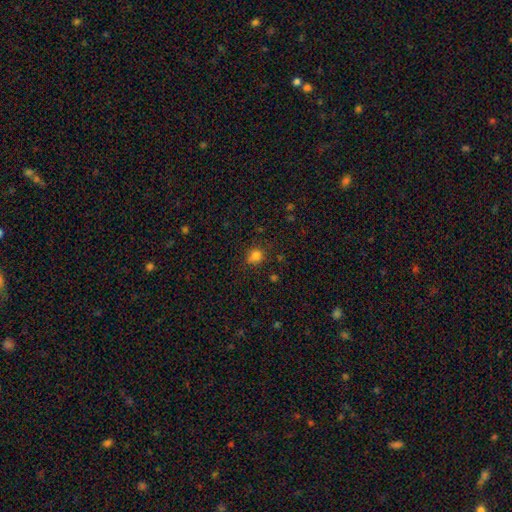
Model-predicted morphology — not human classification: Smooth or featured? smooth (80%)
How rounded? round (80%)
Merging? none (67%)